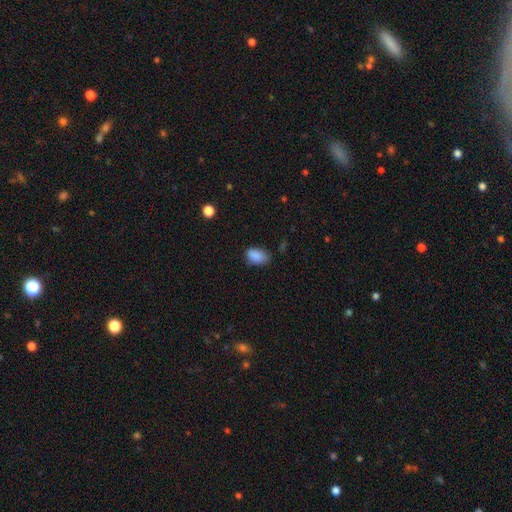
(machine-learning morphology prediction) Smooth or featured: smooth — 87% (star or artifact — 9%)
How rounded: in between — 89% (round — 10%)
Merging: none — 66% (minor disturbance — 27%)